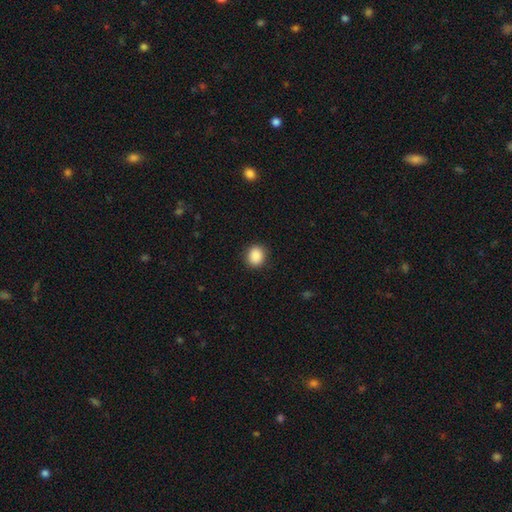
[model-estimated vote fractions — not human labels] Q: Smooth or featured?
A: smooth (89%); runner-up: star or artifact (8%)
Q: How rounded?
A: round (74%); runner-up: in between (25%)
Q: Merging?
A: none (89%); runner-up: minor disturbance (7%)